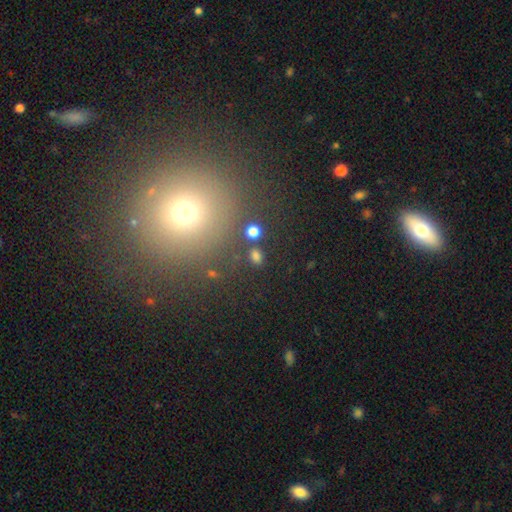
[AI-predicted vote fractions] Smooth or featured? Predicted: smooth (p=0.77). How rounded? Predicted: round (p=0.50). Merging? Predicted: none (p=0.82).